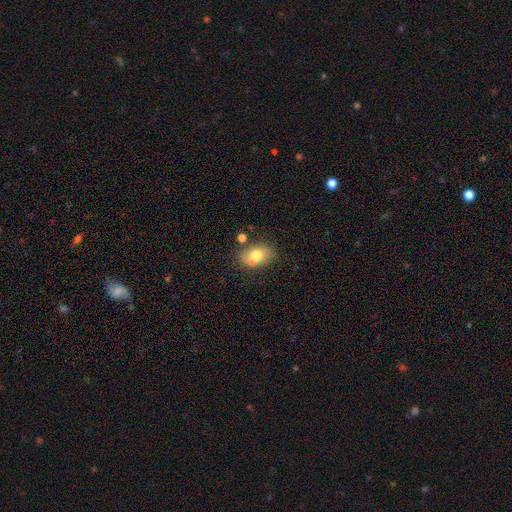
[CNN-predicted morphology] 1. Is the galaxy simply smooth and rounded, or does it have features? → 70% smooth, 20% featured or disk, 9% star or artifact.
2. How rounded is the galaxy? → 82% in between, 17% round, 2% cigar-shaped.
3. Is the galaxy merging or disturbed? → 59% none, 18% minor disturbance, 18% merger, 5% major disturbance.